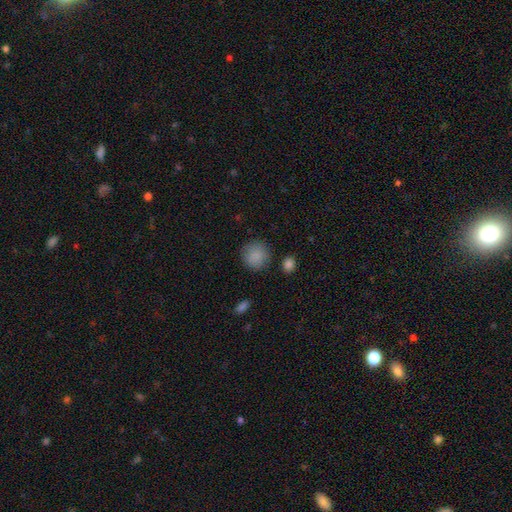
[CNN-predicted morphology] Overall: smooth (87%). How rounded: round (92%). Merging: none (86%).